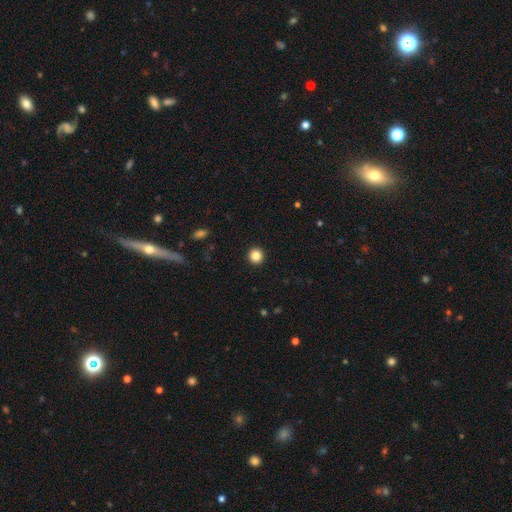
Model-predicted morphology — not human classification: smooth 85%, star or artifact 11%, featured or disk 4%. Down the decision tree: how rounded — round (95%); merging — none (93%).